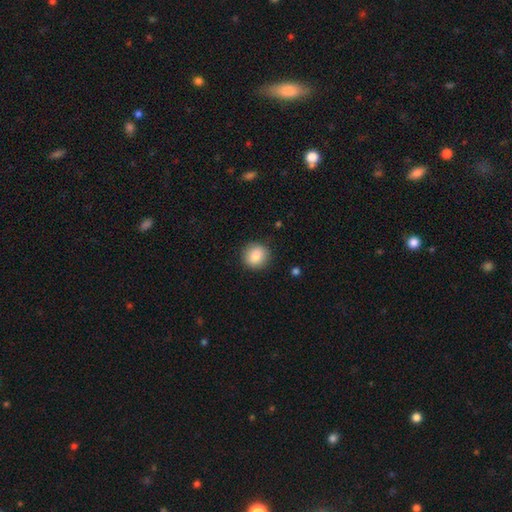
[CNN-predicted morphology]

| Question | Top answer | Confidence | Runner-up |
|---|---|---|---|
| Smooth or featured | smooth | 86% | star or artifact (8%) |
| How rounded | round | 86% | in between (13%) |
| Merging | none | 89% | minor disturbance (8%) |